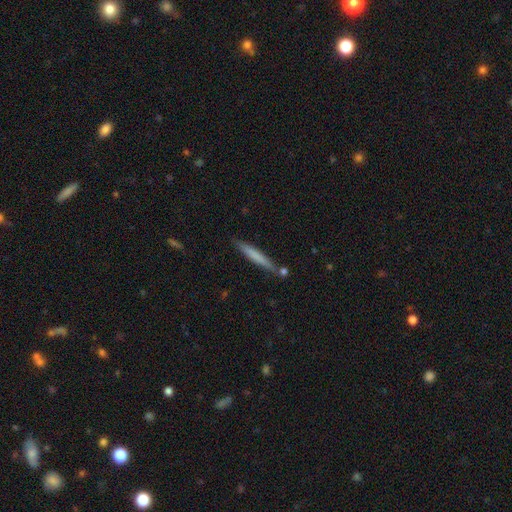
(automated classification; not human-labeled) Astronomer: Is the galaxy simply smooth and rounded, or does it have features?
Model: smooth — 65%.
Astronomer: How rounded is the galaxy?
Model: cigar-shaped — 95%.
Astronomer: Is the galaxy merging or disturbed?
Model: none — 79%.